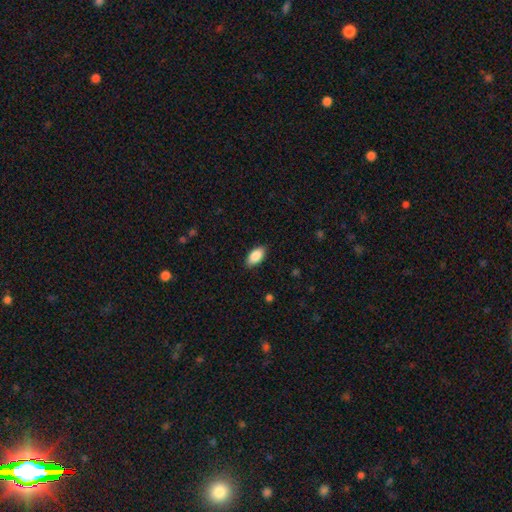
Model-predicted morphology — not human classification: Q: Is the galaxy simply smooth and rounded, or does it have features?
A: smooth — 88%.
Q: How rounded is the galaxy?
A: in between — 93%.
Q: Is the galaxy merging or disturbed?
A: none — 86%.